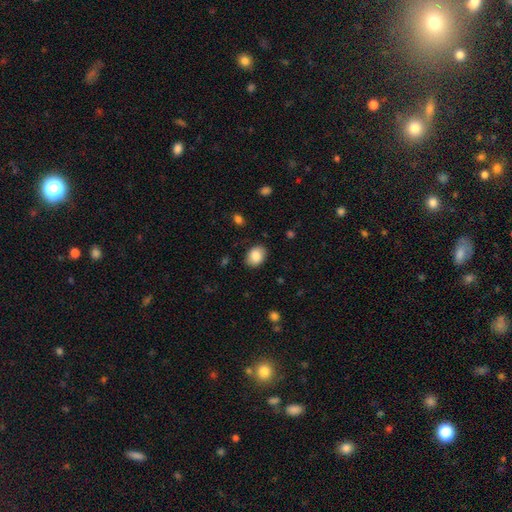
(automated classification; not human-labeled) Smooth or featured: smooth — 85% (star or artifact — 8%)
How rounded: in between — 66% (round — 33%)
Merging: none — 86% (minor disturbance — 10%)